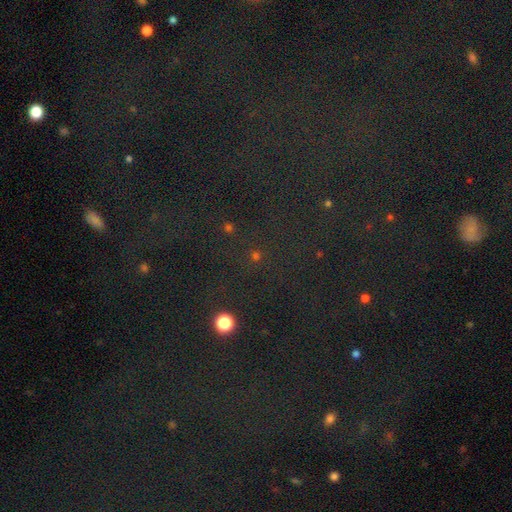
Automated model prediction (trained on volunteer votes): A star or artifact, not a galaxy (65%).